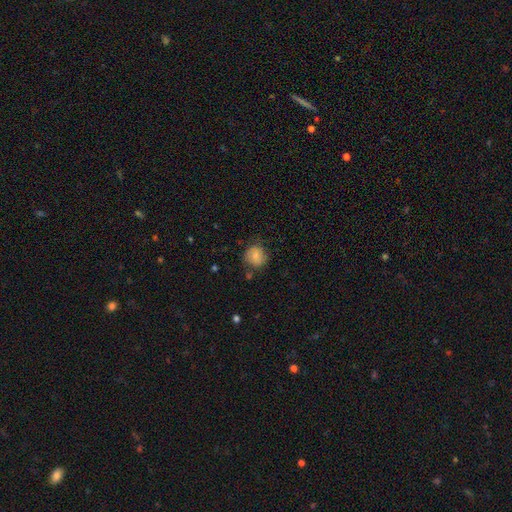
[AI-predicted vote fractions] Overall: smooth (76%). How rounded: round (83%). Merging: none (73%).